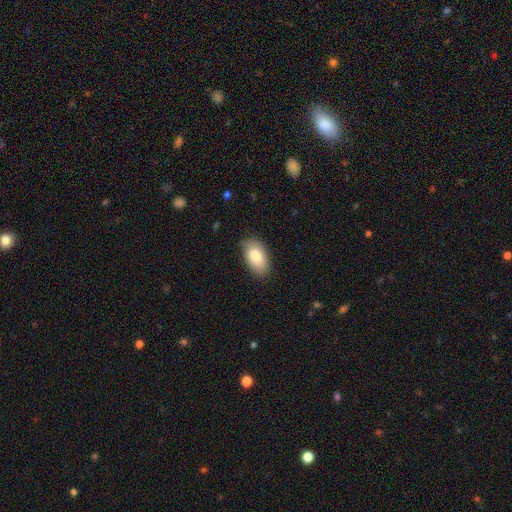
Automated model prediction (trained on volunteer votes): smooth-or-featured: smooth: 80% | featured or disk: 13% | star or artifact: 7%
  how-rounded: in between: 94% | round: 5% | cigar-shaped: 2%
  merging: none: 81% | minor disturbance: 15% | major disturbance: 3% | merger: 1%